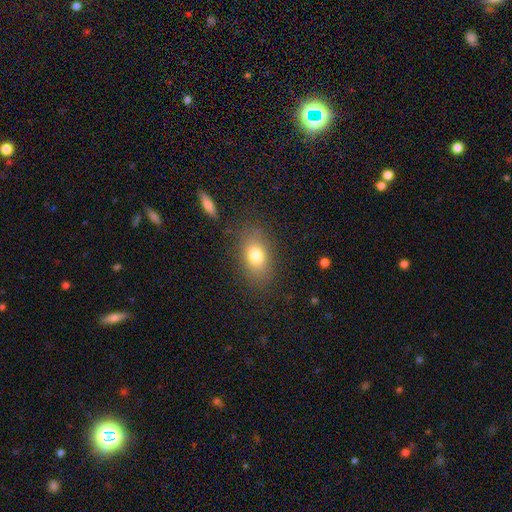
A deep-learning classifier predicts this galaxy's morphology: Smooth or featured: smooth — 77% (featured or disk — 12%)
How rounded: in between — 80% (round — 17%)
Merging: none — 80% (minor disturbance — 13%)